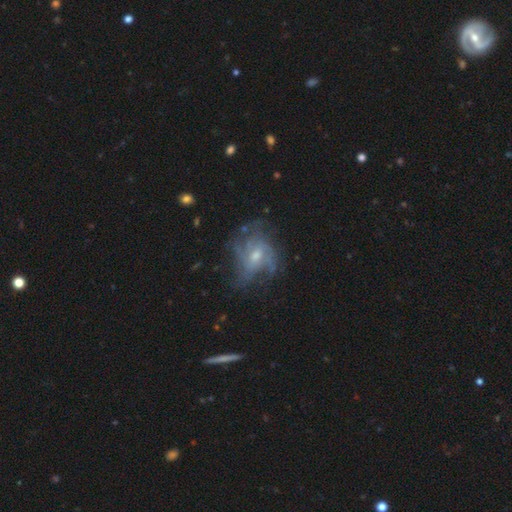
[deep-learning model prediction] Smooth or featured? Predicted: featured or disk (p=0.77). Edge-on disk? Predicted: no (p=0.97). Bar? Predicted: no (p=0.53). Spiral arms? Predicted: yes (p=0.85). Spiral winding? Predicted: medium (p=0.43). Spiral arm count? Predicted: can't tell (p=0.38). Bulge size? Predicted: small (p=0.49). Merging? Predicted: none (p=0.59).